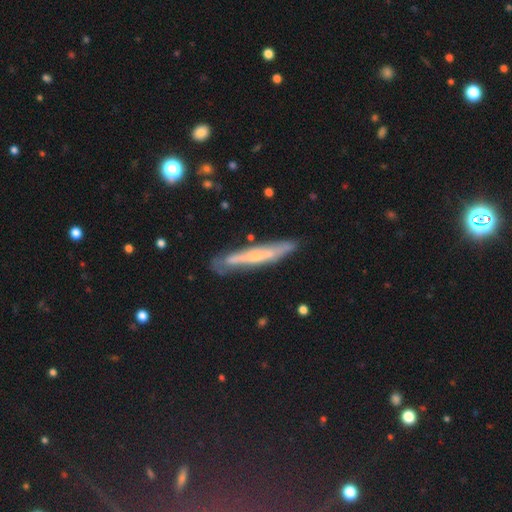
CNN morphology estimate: A featured or disk galaxy (61%) viewed edge-on (77%).

Vote fractions:
- Smooth or featured? featured or disk: 61% / smooth: 33% / star or artifact: 7%
- Edge-on disk? yes: 77% / no: 23%
- Merging? none: 72% / minor disturbance: 20% / major disturbance: 5% / merger: 3%